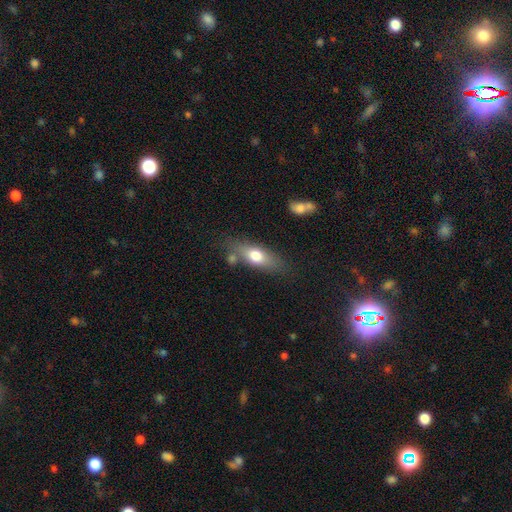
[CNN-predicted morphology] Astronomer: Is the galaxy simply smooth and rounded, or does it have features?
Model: smooth — 67%.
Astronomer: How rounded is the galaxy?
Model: in between — 66%.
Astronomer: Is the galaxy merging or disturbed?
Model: none — 65%.